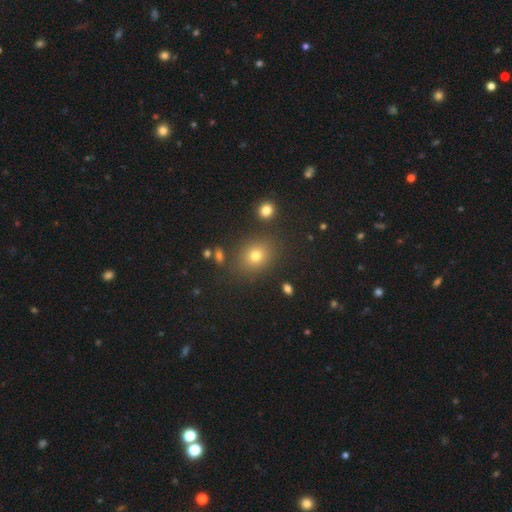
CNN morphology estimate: Smooth or featured?
  - smooth: 72% *
  - star or artifact: 18%
  - featured or disk: 10%
How rounded?
  - round: 61% *
  - in between: 38%
  - cigar-shaped: 1%
Merging?
  - none: 83% *
  - minor disturbance: 9%
  - merger: 4%
  - major disturbance: 3%